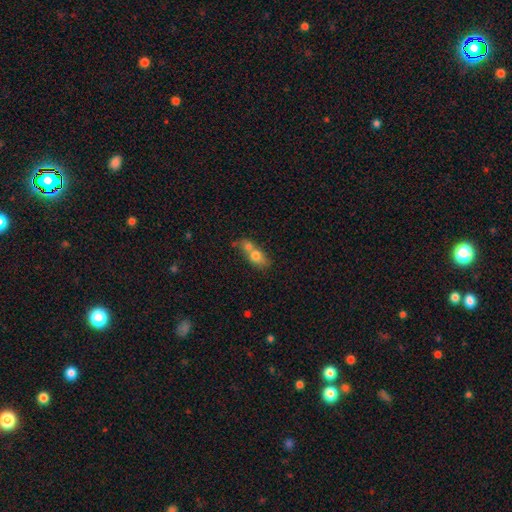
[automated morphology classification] A smooth galaxy with no disk features (71%) that is in between round and cigar-shaped (61%).

Vote fractions:
- Smooth or featured? smooth: 71% / featured or disk: 20% / star or artifact: 9%
- How rounded? in between: 61% / round: 33% / cigar-shaped: 5%
- Merging? merger: 70% / none: 18% / minor disturbance: 7% / major disturbance: 4%